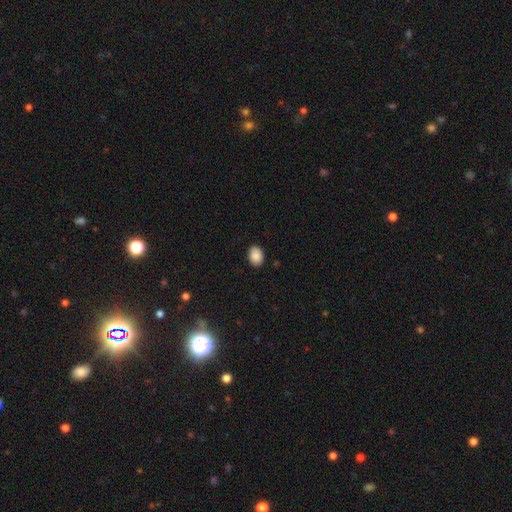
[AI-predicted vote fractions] A smooth galaxy with no disk features (89%) that is in between round and cigar-shaped (74%). Merging: none (89%).